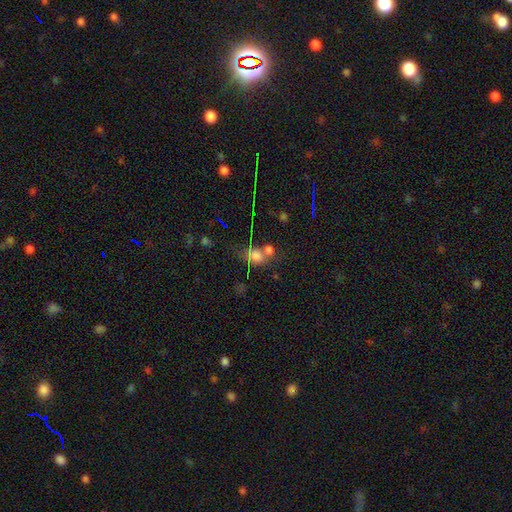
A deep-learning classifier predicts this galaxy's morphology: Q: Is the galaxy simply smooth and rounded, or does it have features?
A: smooth — 69%.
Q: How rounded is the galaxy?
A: round — 54%.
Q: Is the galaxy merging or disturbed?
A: none — 41%.